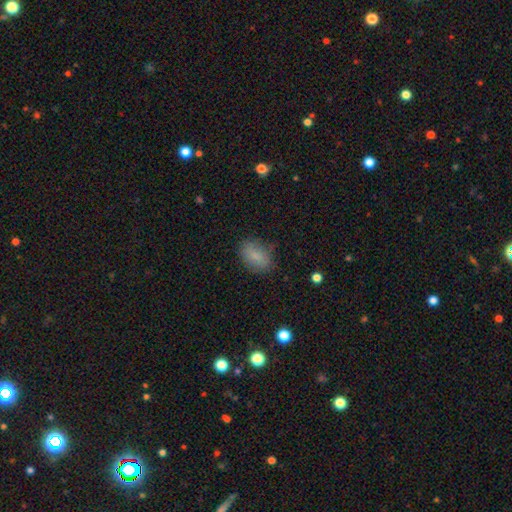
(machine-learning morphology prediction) type=smooth (83%); roundness=in between (84%); merging=none (77%).